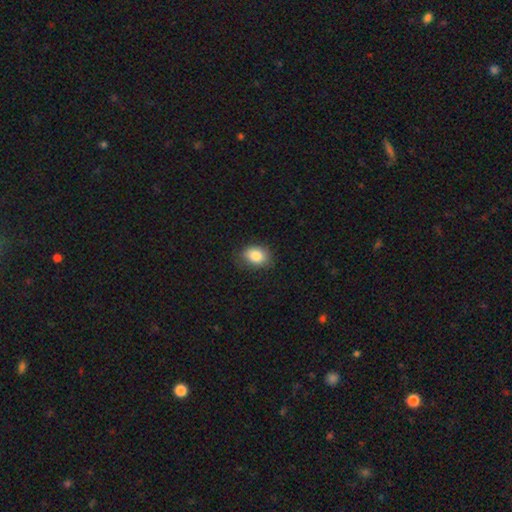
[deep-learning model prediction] A smooth galaxy with no disk features (85%) that is in between round and cigar-shaped (68%).

Vote fractions:
- Smooth or featured? smooth: 85% / star or artifact: 9% / featured or disk: 7%
- How rounded? in between: 68% / round: 31% / cigar-shaped: 1%
- Merging? none: 80% / minor disturbance: 15% / major disturbance: 3% / merger: 1%